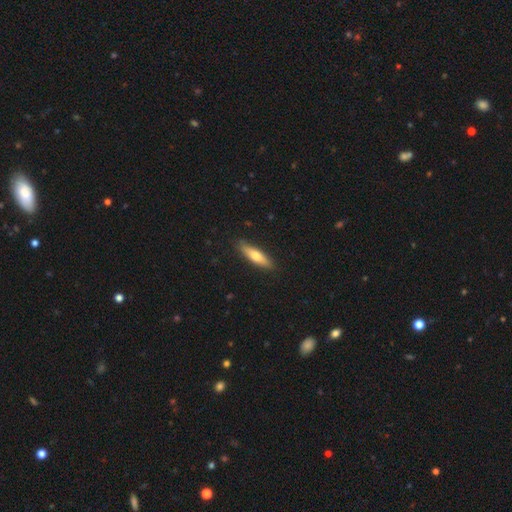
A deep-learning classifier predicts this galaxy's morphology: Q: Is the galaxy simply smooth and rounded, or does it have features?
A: smooth — 61%.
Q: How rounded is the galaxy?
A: cigar-shaped — 70%.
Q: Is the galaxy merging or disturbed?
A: none — 88%.